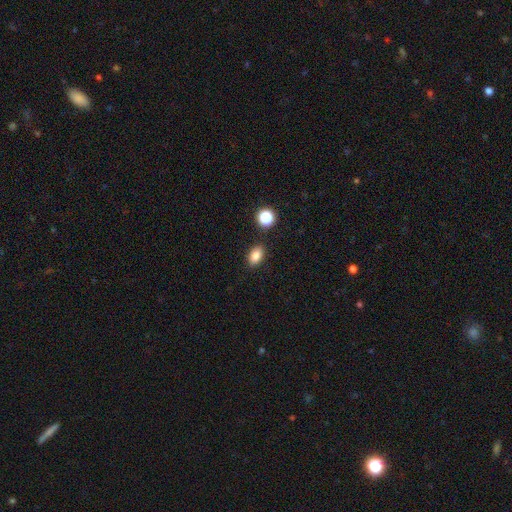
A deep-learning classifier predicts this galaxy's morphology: The model was most divided on "how rounded": in between: 83%, round: 15%, cigar-shaped: 2%. More confident: merging — none (86%); smooth or featured — smooth (83%).